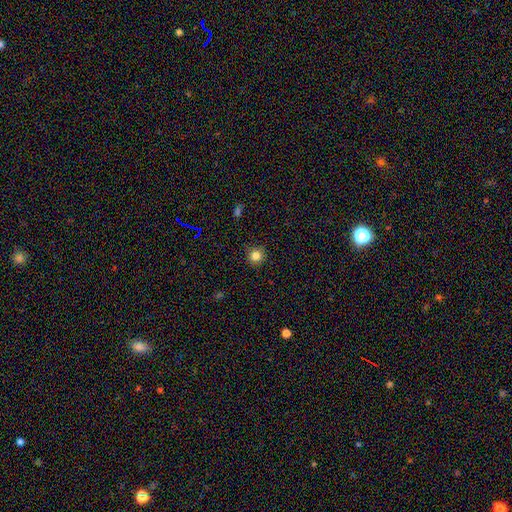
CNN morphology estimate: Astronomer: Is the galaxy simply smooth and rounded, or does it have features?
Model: smooth — 82%.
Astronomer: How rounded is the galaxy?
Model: round — 94%.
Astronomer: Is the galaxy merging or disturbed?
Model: none — 90%.